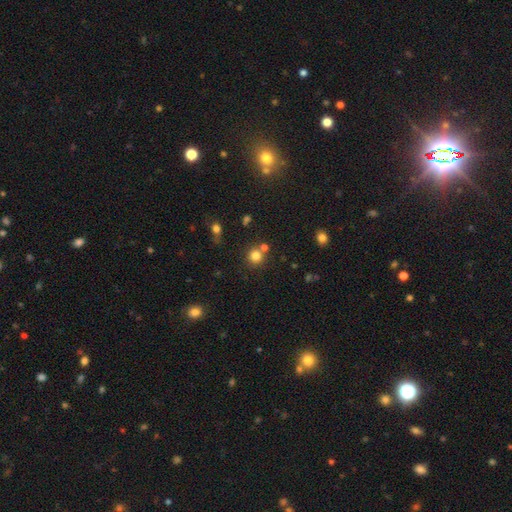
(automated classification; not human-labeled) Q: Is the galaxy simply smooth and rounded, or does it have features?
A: smooth — 80%.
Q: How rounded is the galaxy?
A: round — 90%.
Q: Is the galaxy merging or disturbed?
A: none — 69%.